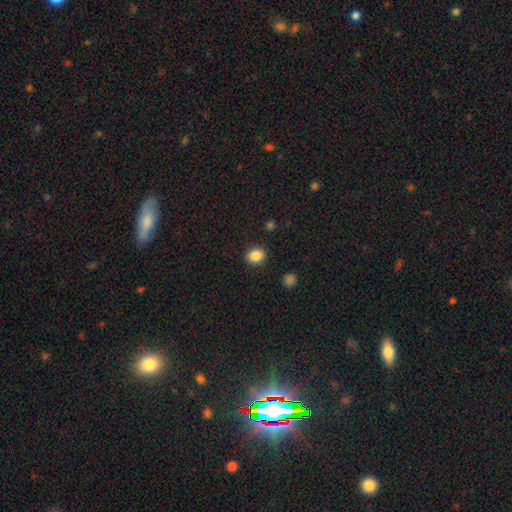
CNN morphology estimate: The model was most divided on "how rounded": round: 70%, in between: 29%, cigar-shaped: 1%. More confident: merging — none (89%); smooth or featured — smooth (86%).